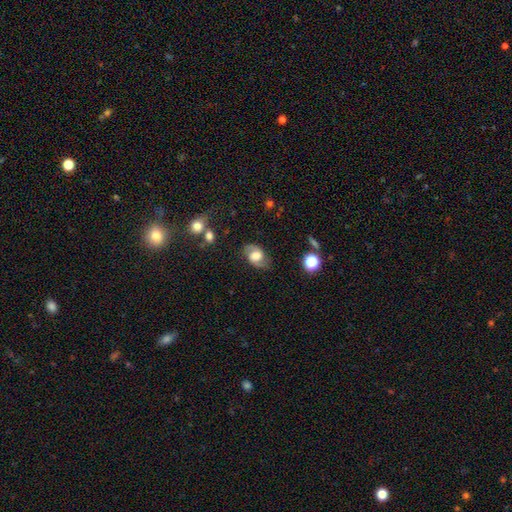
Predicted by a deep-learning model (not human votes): Smooth or featured: featured or disk — 56% (smooth — 35%)
Edge-on disk: no — 95% (yes — 5%)
Bar: no — 51% (weak — 38%)
Spiral arms: yes — 83% (no — 17%)
Bulge size: large — 46% (moderate — 34%)
Merging: none — 74% (minor disturbance — 18%)